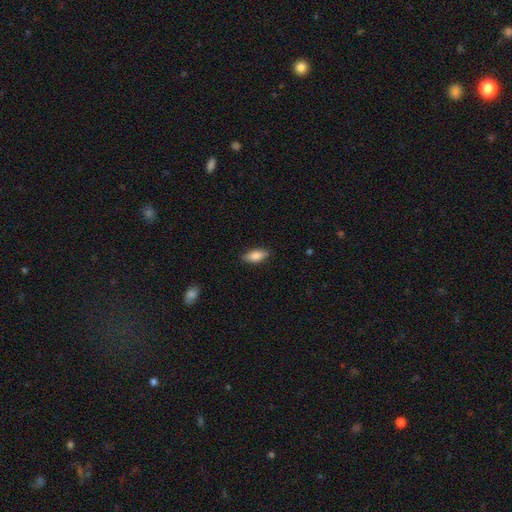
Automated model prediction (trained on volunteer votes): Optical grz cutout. It shows a smooth galaxy with no disk features (81%) that is in between round and cigar-shaped (82%). Merging: none (84%).